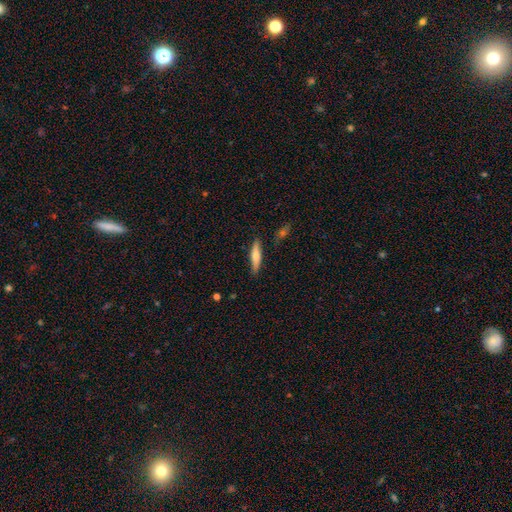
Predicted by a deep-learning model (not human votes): Smooth or featured?
  - smooth: 57% *
  - featured or disk: 37%
  - star or artifact: 6%
How rounded?
  - cigar-shaped: 81% *
  - in between: 17%
  - round: 2%
Merging?
  - none: 86% *
  - minor disturbance: 10%
  - merger: 2%
  - major disturbance: 2%